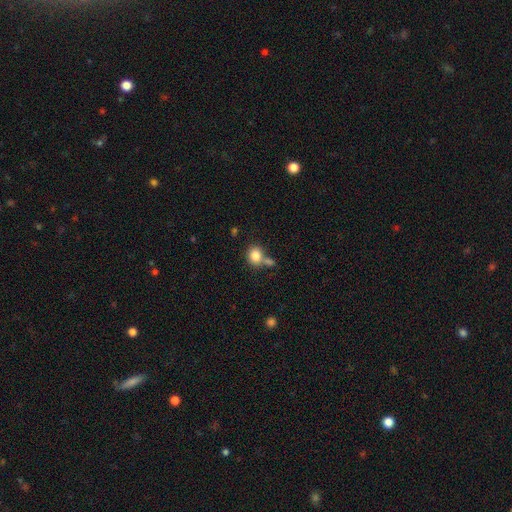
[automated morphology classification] type=smooth (83%); roundness=round (70%); merging=none (57%).